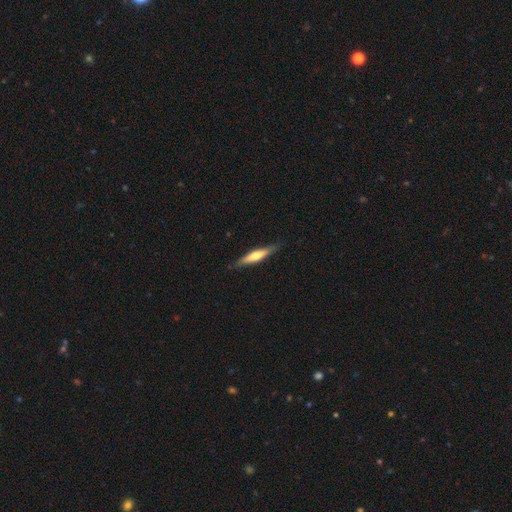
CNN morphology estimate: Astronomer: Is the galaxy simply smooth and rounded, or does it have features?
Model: smooth — 50% (runner-up: featured or disk, 45%).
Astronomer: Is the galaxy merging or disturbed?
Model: none — 84%.